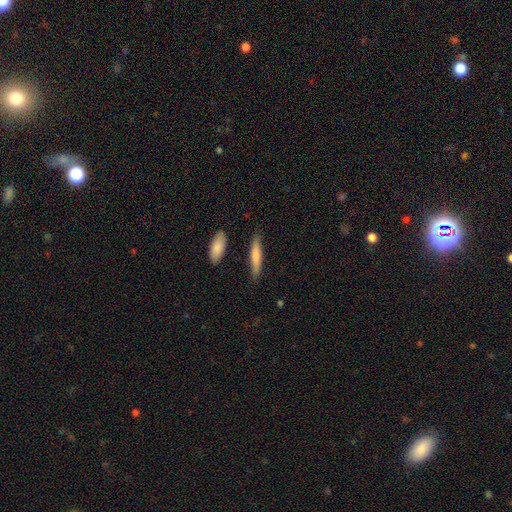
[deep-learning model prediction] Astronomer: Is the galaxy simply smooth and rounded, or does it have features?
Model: smooth — 74%.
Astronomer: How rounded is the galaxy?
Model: cigar-shaped — 86%.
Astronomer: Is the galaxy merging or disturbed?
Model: none — 84%.